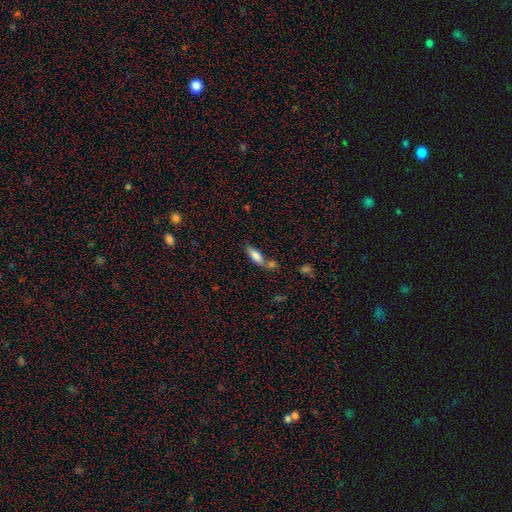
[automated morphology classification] A smooth galaxy with no disk features (80%) that is in between round and cigar-shaped (67%).

Vote fractions:
- Smooth or featured? smooth: 80% / featured or disk: 12% / star or artifact: 8%
- How rounded? in between: 67% / cigar-shaped: 30% / round: 2%
- Merging? none: 42% / merger: 38% / minor disturbance: 14% / major disturbance: 6%